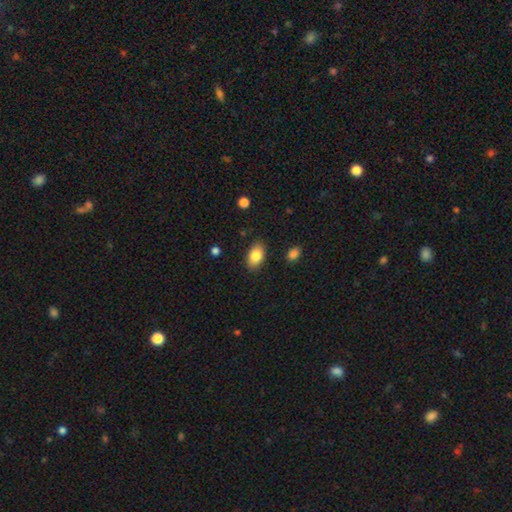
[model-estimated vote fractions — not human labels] This is clearly a smooth galaxy (83%). How rounded: clearly in between (91%). Merging: clearly none (86%).